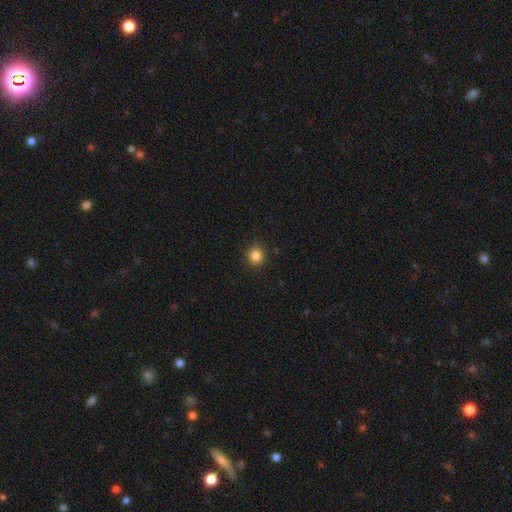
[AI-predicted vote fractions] This is clearly a smooth galaxy (84%). How rounded: clearly round (92%). Merging: clearly none (90%).